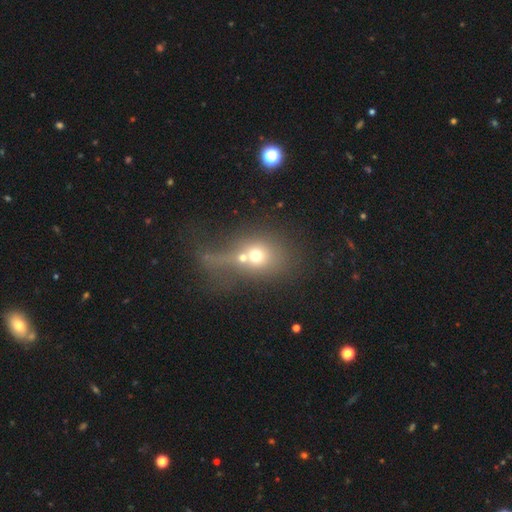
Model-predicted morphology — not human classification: Smooth or featured: smooth — 59% (featured or disk — 25%)
How rounded: round — 59% (in between — 38%)
Merging: merger — 58% (none — 19%)